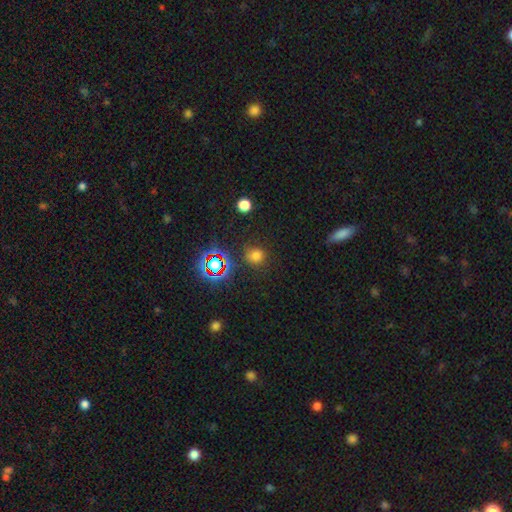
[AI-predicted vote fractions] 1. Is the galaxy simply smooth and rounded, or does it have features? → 66% smooth, 28% star or artifact, 6% featured or disk.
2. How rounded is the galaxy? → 86% round, 12% in between, 1% cigar-shaped.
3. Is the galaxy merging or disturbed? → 82% none, 11% minor disturbance, 5% major disturbance, 3% merger.